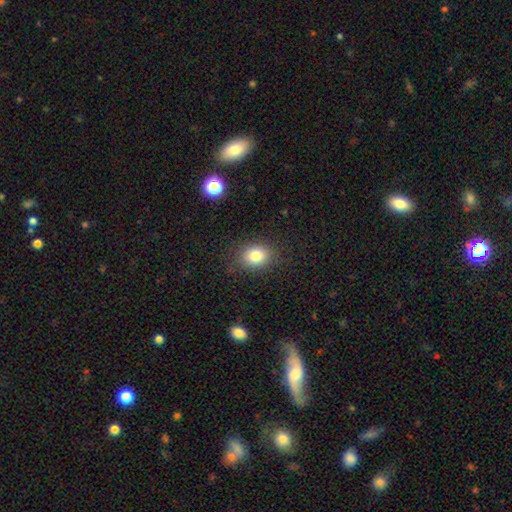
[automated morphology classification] Overall: smooth (81%). How rounded: in between (53%; round 46%). Merging: none (85%).